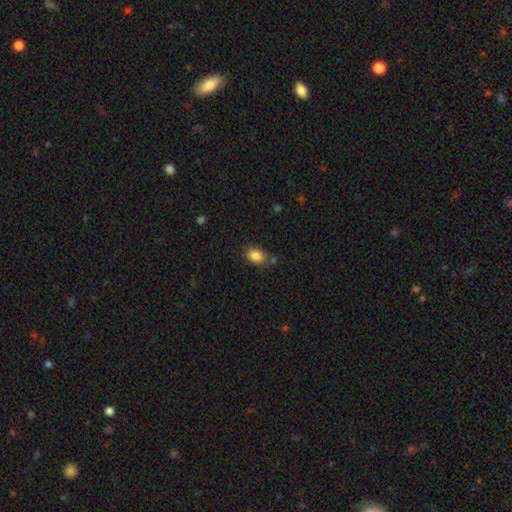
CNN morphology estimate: This appears to be a smooth galaxy with no disk features (86%) that is in between round and cigar-shaped (70%). Merging: none (74%).